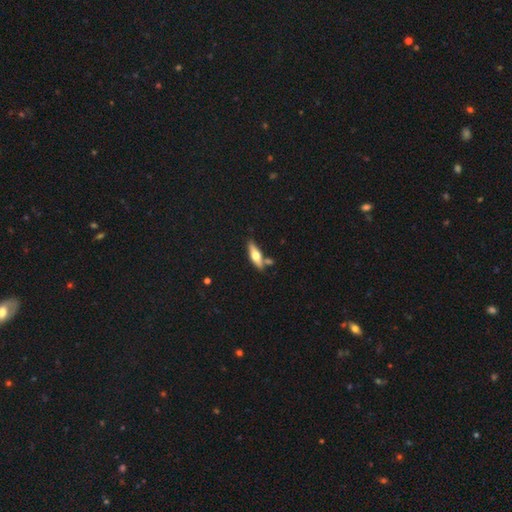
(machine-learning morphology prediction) A featured or disk galaxy (48%). Merging: none (74%).